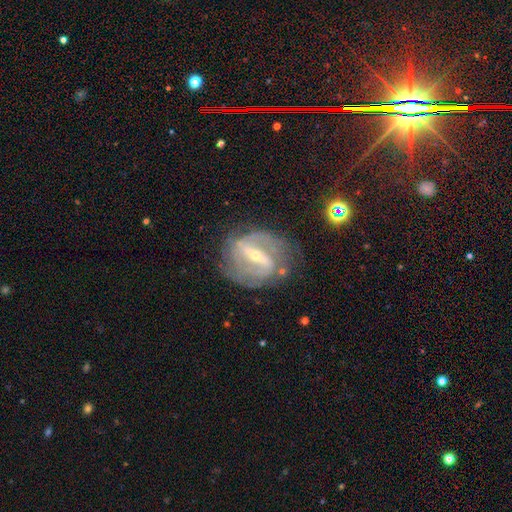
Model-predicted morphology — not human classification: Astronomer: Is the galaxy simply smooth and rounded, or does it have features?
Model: featured or disk — 87%.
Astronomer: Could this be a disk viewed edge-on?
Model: no — 95%.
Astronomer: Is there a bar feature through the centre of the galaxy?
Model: strong — 68%.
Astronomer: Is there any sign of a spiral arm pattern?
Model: yes — 91%.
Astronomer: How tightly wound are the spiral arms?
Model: tight — 44% (runner-up: medium, 41%).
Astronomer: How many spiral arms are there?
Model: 2 — 64%.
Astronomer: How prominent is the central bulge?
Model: small — 63%.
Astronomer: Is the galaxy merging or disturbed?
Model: none — 72%.